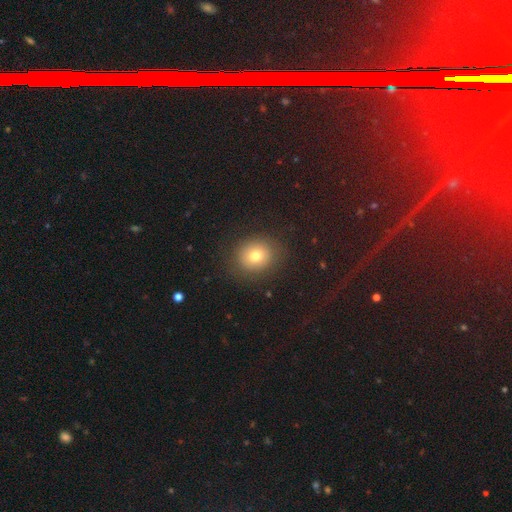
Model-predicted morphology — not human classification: smooth_or_featured: smooth (p=0.76) [alt: featured or disk p=0.12]
how_rounded: round (p=0.74) [alt: in between p=0.25]
merging: none (p=0.86) [alt: minor disturbance p=0.09]